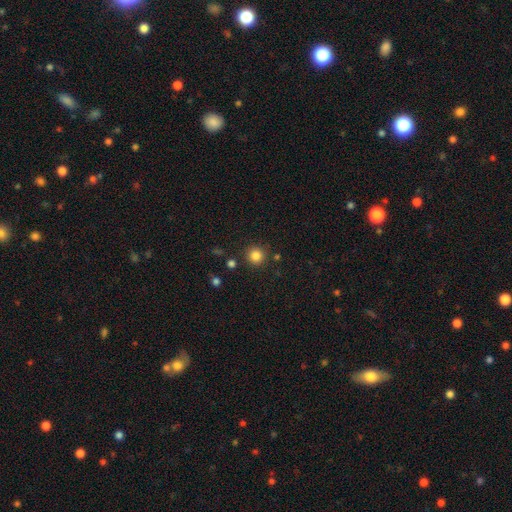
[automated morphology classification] type=smooth (83%); roundness=round (95%); merging=none (88%).